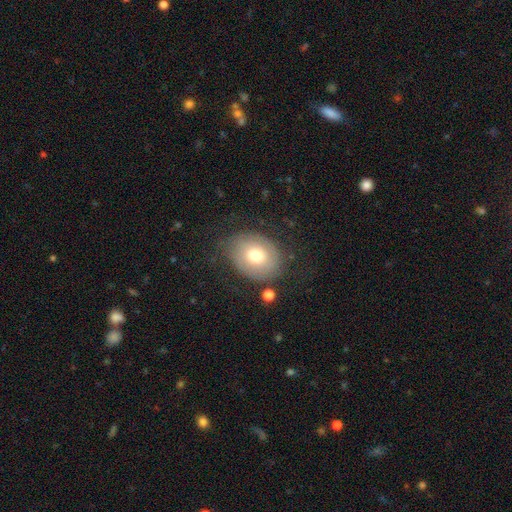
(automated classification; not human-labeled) Overall: smooth (61%; featured or disk 29%). How rounded: in between (55%; round 44%). Merging: none (72%).